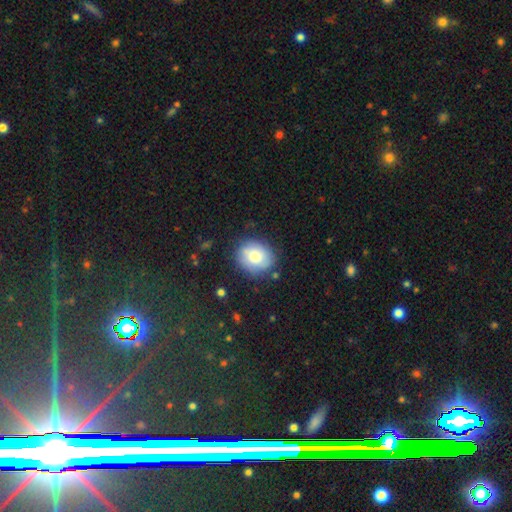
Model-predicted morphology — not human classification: type=smooth (76%); roundness=round (62%); merging=none (78%).